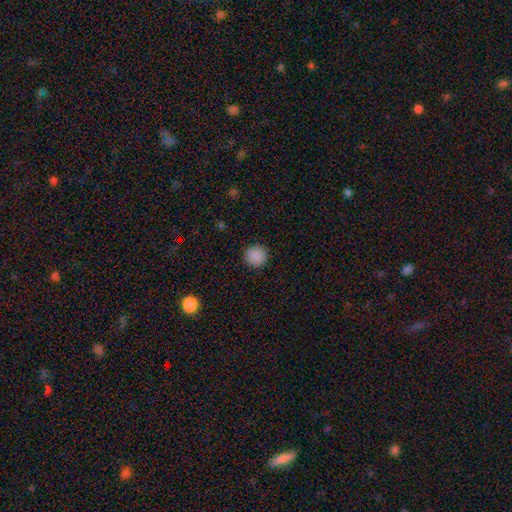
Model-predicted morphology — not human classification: This appears to be a smooth galaxy with no disk features (88%) that is round (95%). Merging: none (92%).